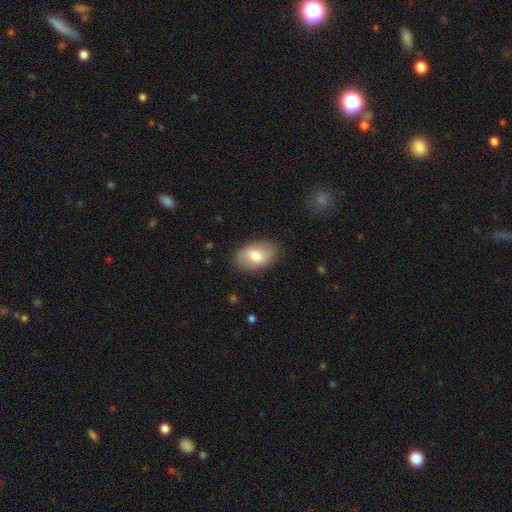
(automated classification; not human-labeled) smooth 67%, featured or disk 26%, star or artifact 6%. Down the decision tree: how rounded — in between (87%); merging — none (83%).